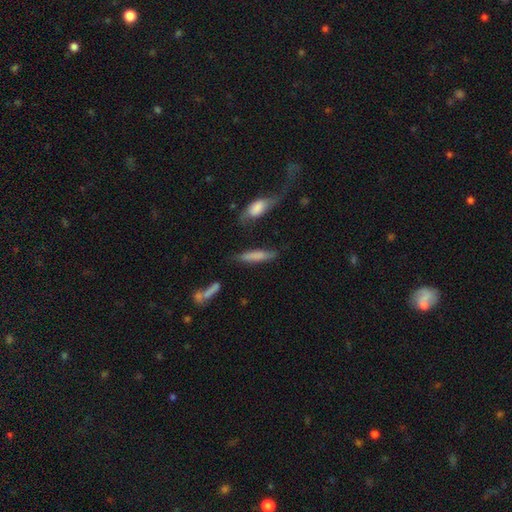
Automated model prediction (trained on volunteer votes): Overall: smooth (69%). How rounded: cigar-shaped (82%). Merging: none (70%).